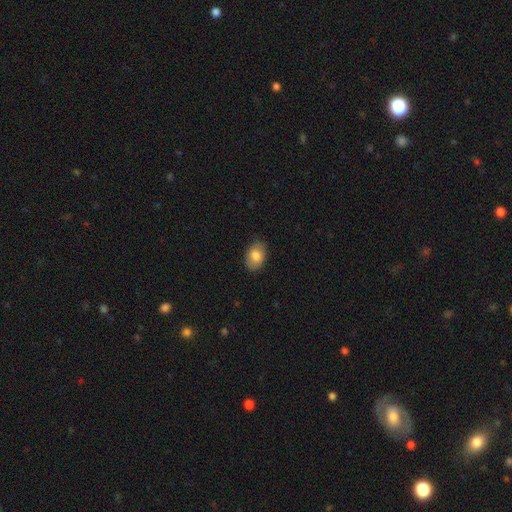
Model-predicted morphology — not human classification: smooth-or-featured: smooth: 80% | featured or disk: 13% | star or artifact: 7%
  how-rounded: in between: 84% | round: 15% | cigar-shaped: 1%
  merging: none: 86% | minor disturbance: 11% | major disturbance: 2% | merger: 1%